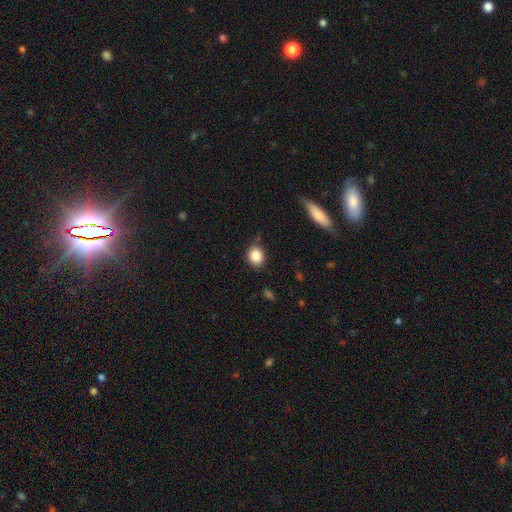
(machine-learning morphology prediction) Q: Smooth or featured?
A: smooth (86%); runner-up: star or artifact (9%)
Q: How rounded?
A: round (65%); runner-up: in between (33%)
Q: Merging?
A: none (77%); runner-up: minor disturbance (17%)